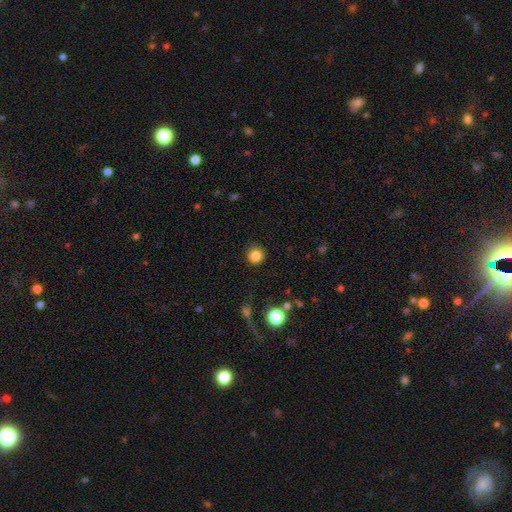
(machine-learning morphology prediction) Smooth or featured? smooth (84%)
How rounded? round (92%)
Merging? none (89%)